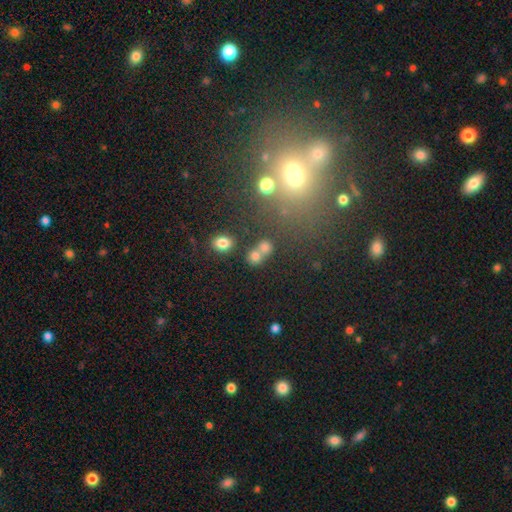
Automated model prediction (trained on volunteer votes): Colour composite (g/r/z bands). It shows a smooth galaxy with no disk features (70%) that is round (73%). Merging: none (49%).